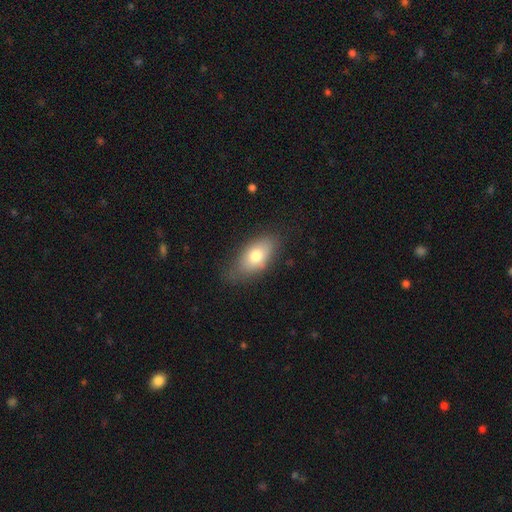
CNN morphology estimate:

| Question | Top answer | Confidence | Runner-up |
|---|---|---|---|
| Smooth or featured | smooth | 73% | featured or disk (19%) |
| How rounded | in between | 88% | round (6%) |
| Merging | none | 70% | minor disturbance (22%) |